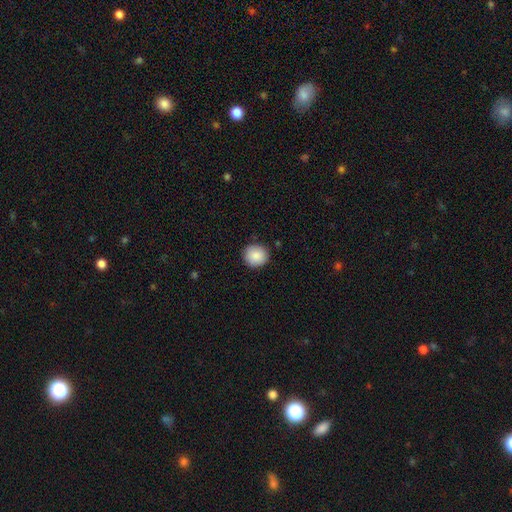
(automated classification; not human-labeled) smooth-or-featured: smooth: 88% | star or artifact: 7% | featured or disk: 5%
  how-rounded: round: 91% | in between: 8% | cigar-shaped: 1%
  merging: none: 88% | minor disturbance: 9% | major disturbance: 2% | merger: 1%